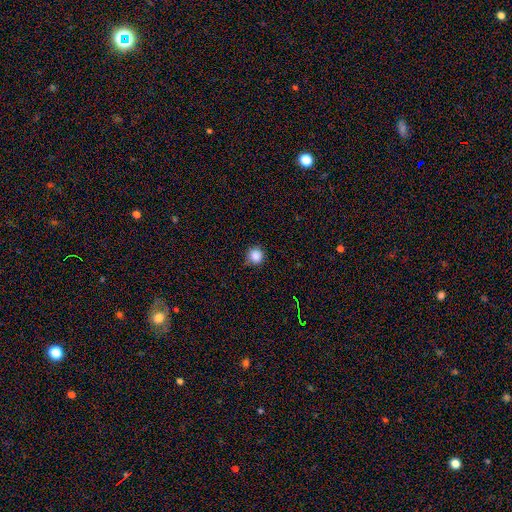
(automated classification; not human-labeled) smooth 86%, star or artifact 11%, featured or disk 3%. Down the decision tree: how rounded — round (92%); merging — none (80%).